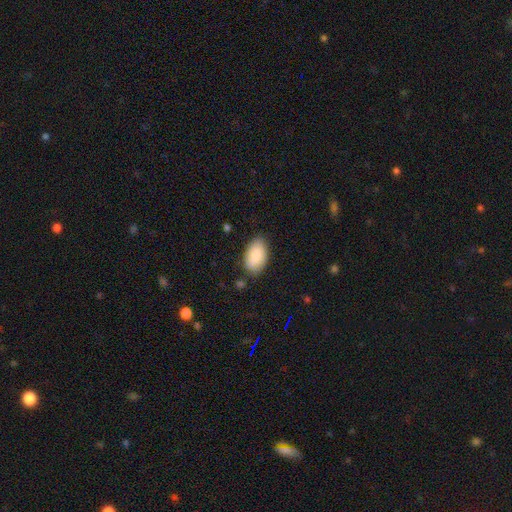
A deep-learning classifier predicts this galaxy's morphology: This appears to be a smooth galaxy with no disk features (88%) that is in between round and cigar-shaped (95%). Merging: none (81%).